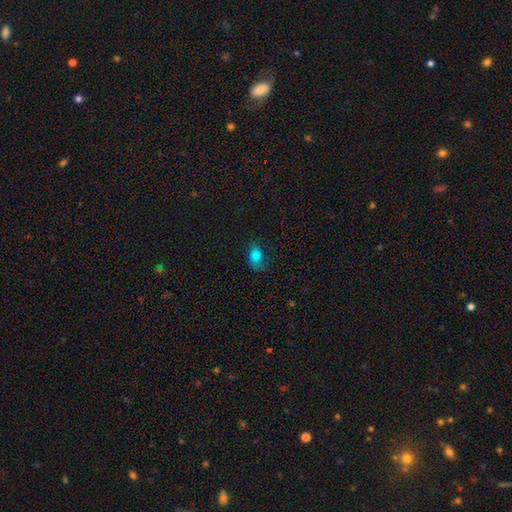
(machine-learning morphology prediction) Overall: smooth (79%). How rounded: in between (74%). Merging: none (57%; minor disturbance 28%).